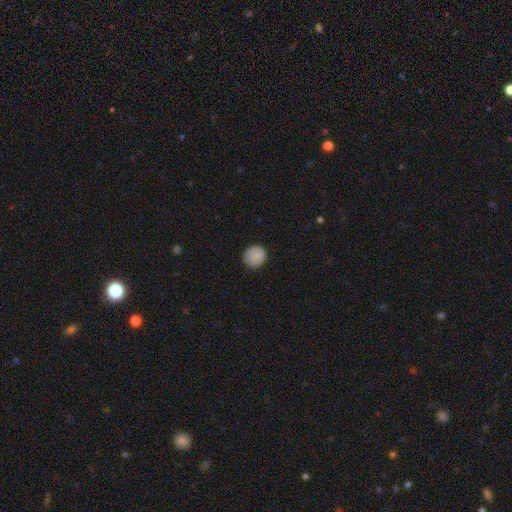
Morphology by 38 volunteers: Overall: smooth (84%). How rounded: round (97%). Merging: none (97%).